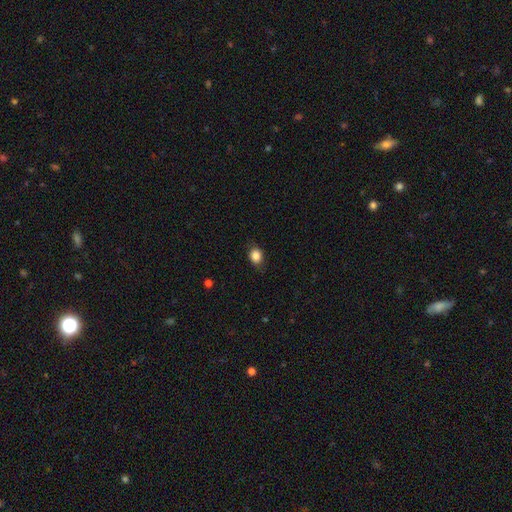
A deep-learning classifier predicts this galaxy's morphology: smooth 86%, star or artifact 10%, featured or disk 5%. Down the decision tree: how rounded — round (58%); merging — none (79%).